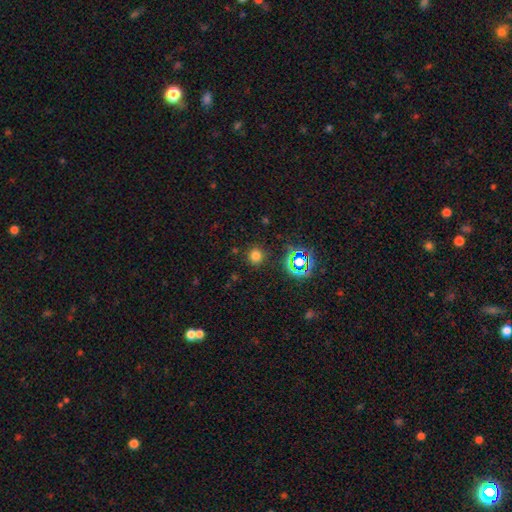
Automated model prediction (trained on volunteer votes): This is likely a smooth galaxy (71%). How rounded: clearly round (92%). Merging: clearly none (87%).